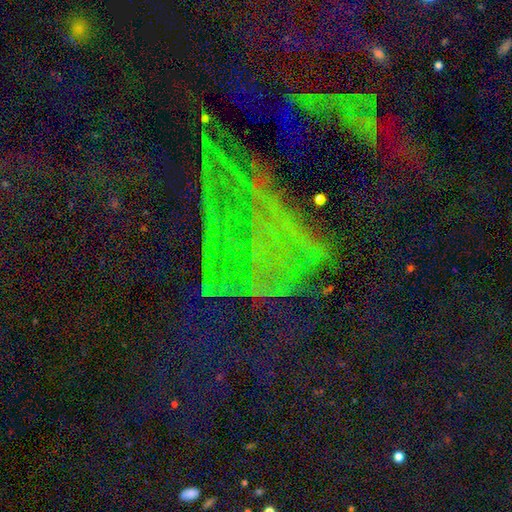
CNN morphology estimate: Overall: star or artifact (79%).